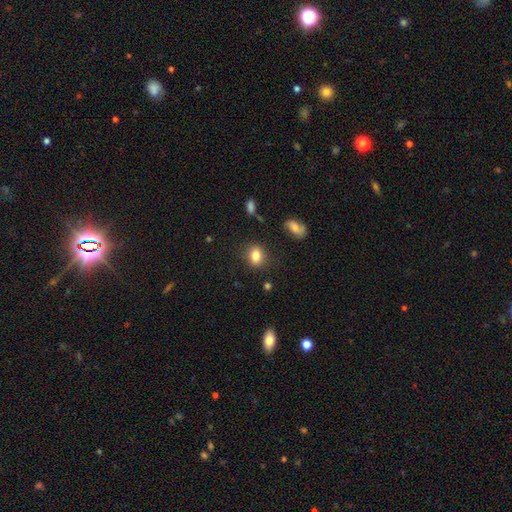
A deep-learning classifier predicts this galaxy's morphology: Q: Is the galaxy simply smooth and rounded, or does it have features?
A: smooth — 82%.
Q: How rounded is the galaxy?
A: in between — 64%.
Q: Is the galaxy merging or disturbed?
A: none — 82%.